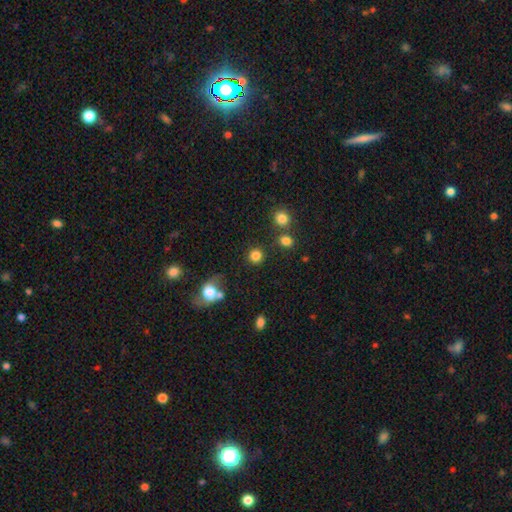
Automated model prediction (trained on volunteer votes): The model was most divided on "smooth or featured": smooth: 83%, star or artifact: 12%, featured or disk: 5%. More confident: how rounded — round (92%); merging — none (85%).